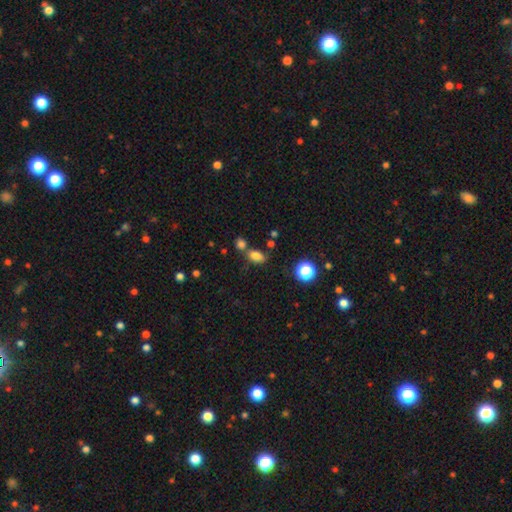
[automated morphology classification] type=smooth (79%); roundness=in between (83%); merging=none (58%).